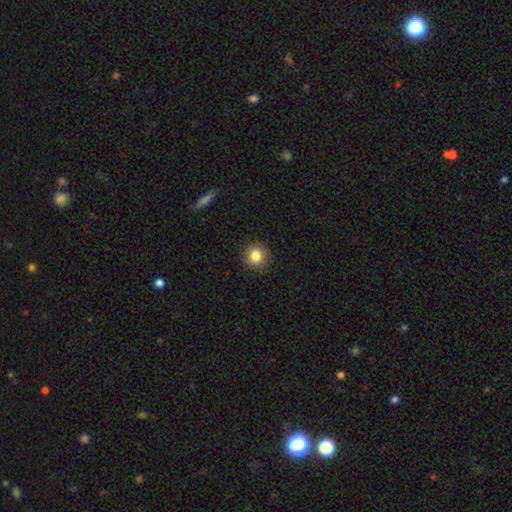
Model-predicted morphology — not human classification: Smooth or featured: smooth — 84% (star or artifact — 11%)
How rounded: round — 91% (in between — 8%)
Merging: none — 90% (minor disturbance — 7%)